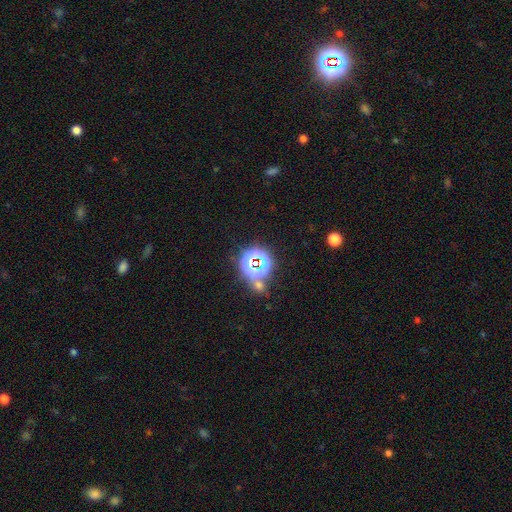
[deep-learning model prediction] smooth-or-featured: star or artifact: 71% | smooth: 20% | featured or disk: 9%